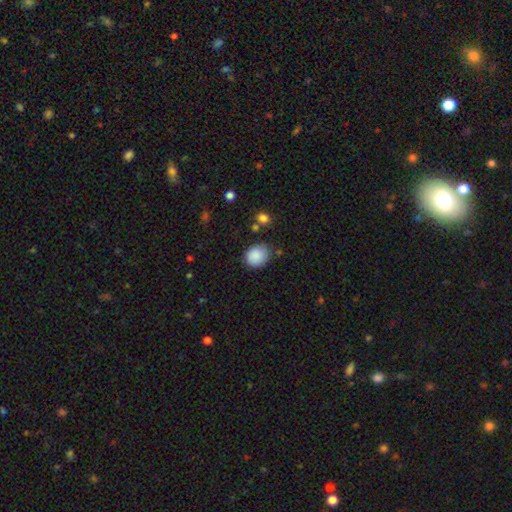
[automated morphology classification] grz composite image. It shows a smooth galaxy with no disk features (87%) that is round (65%). Merging: none (75%).